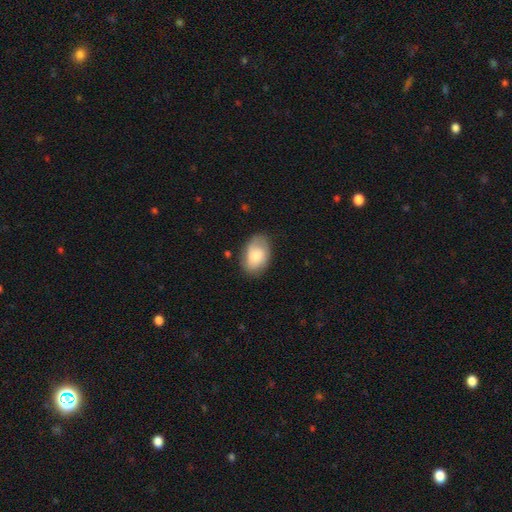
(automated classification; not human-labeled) smooth 70%, featured or disk 23%, star or artifact 7%. Down the decision tree: how rounded — in between (88%); merging — none (72%).